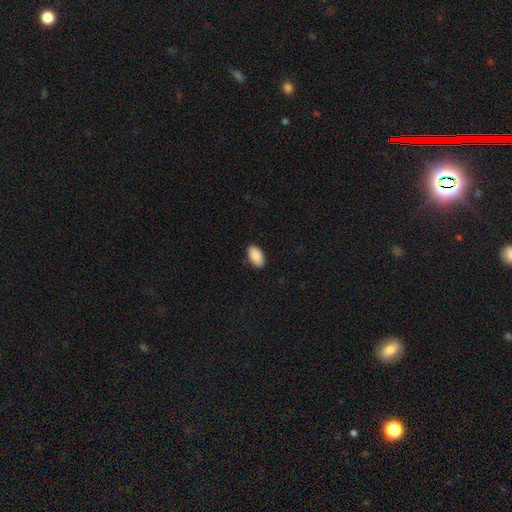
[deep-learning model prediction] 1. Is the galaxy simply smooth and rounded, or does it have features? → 90% smooth, 6% star or artifact, 4% featured or disk.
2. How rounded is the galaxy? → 95% in between, 3% round, 2% cigar-shaped.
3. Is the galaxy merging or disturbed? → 88% none, 9% minor disturbance, 2% major disturbance, 1% merger.